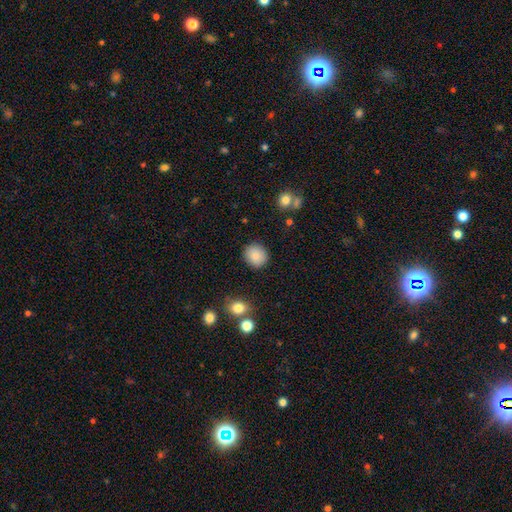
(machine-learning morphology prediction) Overall: smooth (85%). How rounded: round (86%). Merging: none (88%).